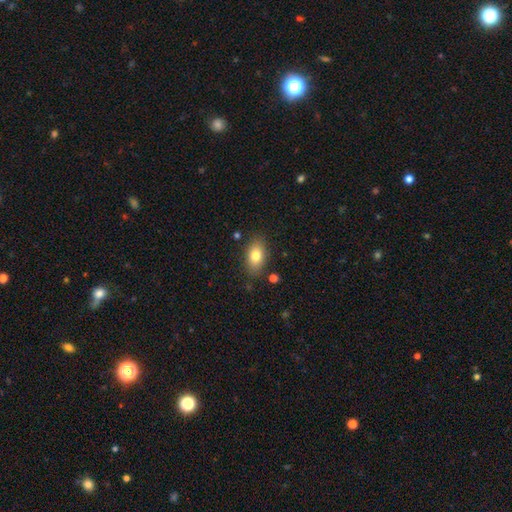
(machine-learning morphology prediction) Smooth or featured? Predicted: smooth (p=0.79). How rounded? Predicted: in between (p=0.89). Merging? Predicted: none (p=0.83).